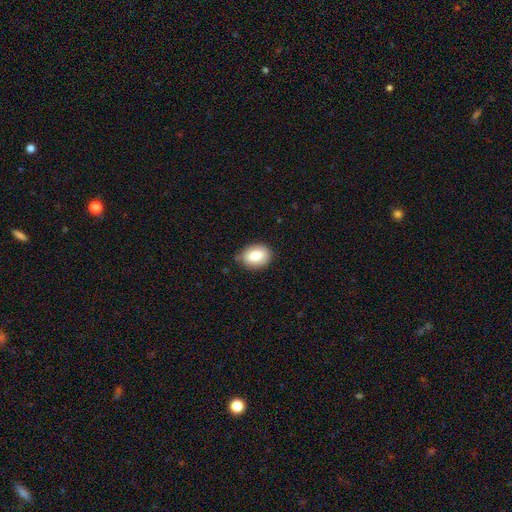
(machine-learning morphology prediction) A smooth galaxy with no disk features (82%) that is in between round and cigar-shaped (70%). Merging: none (80%).